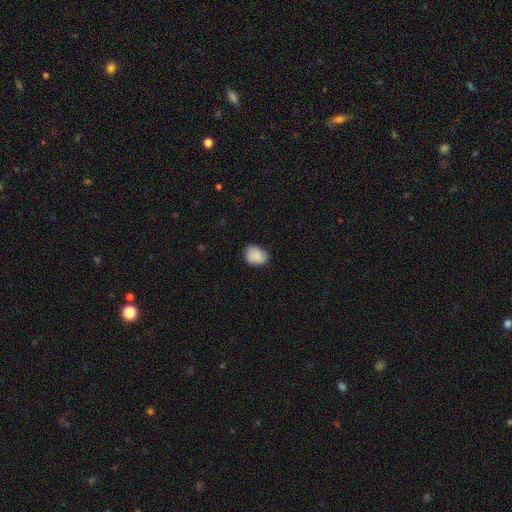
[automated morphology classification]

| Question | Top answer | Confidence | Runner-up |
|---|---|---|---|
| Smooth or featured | smooth | 85% | star or artifact (7%) |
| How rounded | in between | 57% | round (42%) |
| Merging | none | 68% | minor disturbance (26%) |